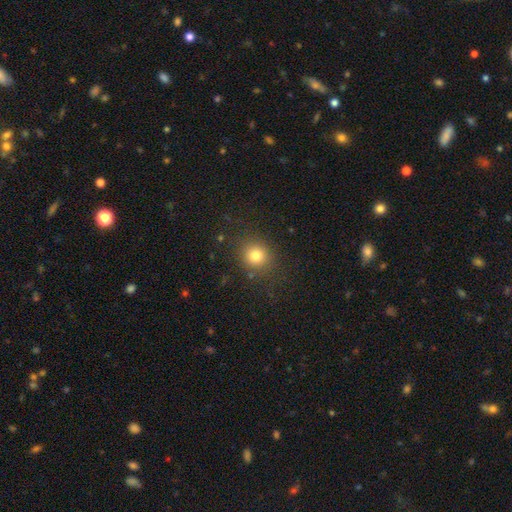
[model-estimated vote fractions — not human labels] Q: Smooth or featured?
A: smooth (79%); runner-up: star or artifact (14%)
Q: How rounded?
A: round (84%); runner-up: in between (15%)
Q: Merging?
A: none (84%); runner-up: minor disturbance (10%)